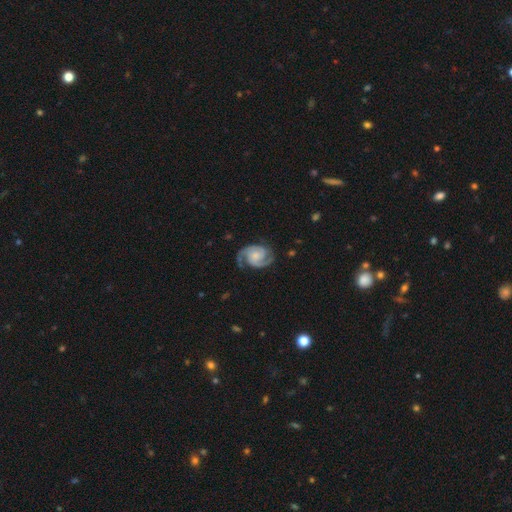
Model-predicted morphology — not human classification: This is clearly a featured or disk galaxy (91%). It is clearly not viewed edge-on (98%). Bar: likely no (66%). Spiral arm pattern: clearly yes (98%). Spiral arm count: clearly 2 (90%). Spiral winding: possibly medium (50%). Central bulge: possibly small (49%). Merging: likely none (75%).